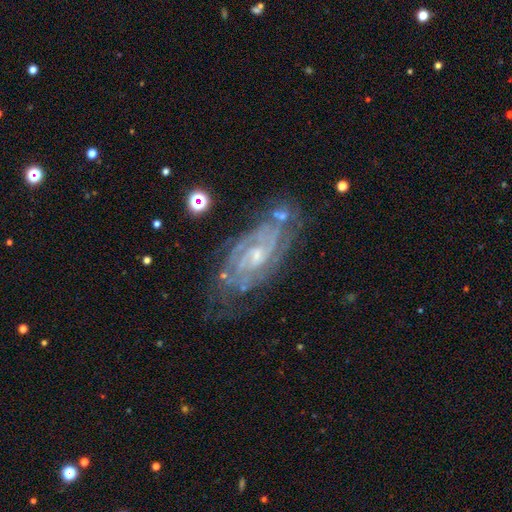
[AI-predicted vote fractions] Overall: featured or disk (85%). Edge-on disk: no (93%). Bar: no (58%; weak 34%). Spiral arms: yes (94%). Spiral arm count: can't tell (37%; 2 28%). Spiral winding: tight (69%). Bulge size: small (55%; moderate 38%). Merging: none (64%).